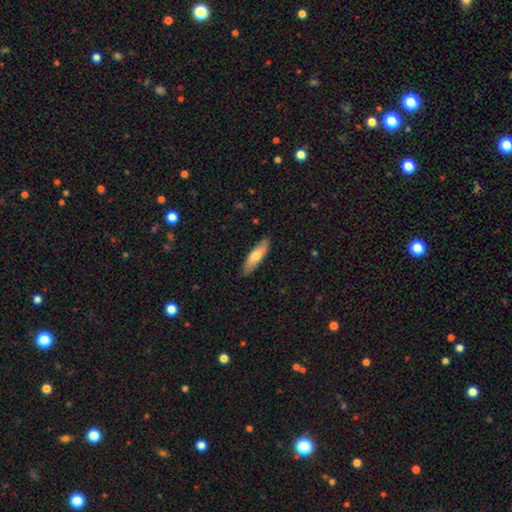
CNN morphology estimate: This is likely a smooth galaxy (66%). How rounded: possibly cigar-shaped (57%). Merging: clearly none (85%).